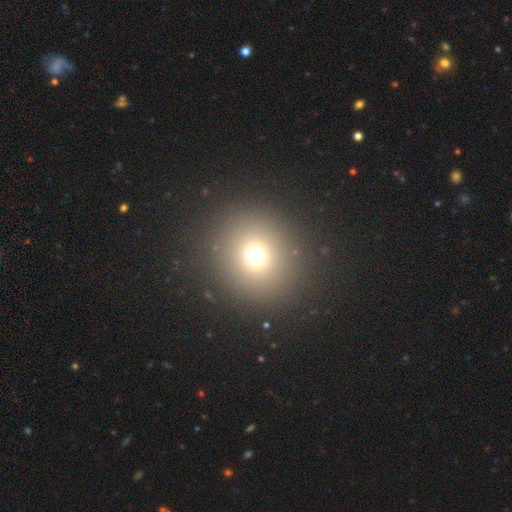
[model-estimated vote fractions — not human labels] Smooth or featured?
  - smooth: 68% *
  - star or artifact: 22%
  - featured or disk: 10%
How rounded?
  - round: 89% *
  - in between: 10%
  - cigar-shaped: 1%
Merging?
  - none: 87% *
  - minor disturbance: 6%
  - major disturbance: 4%
  - merger: 2%